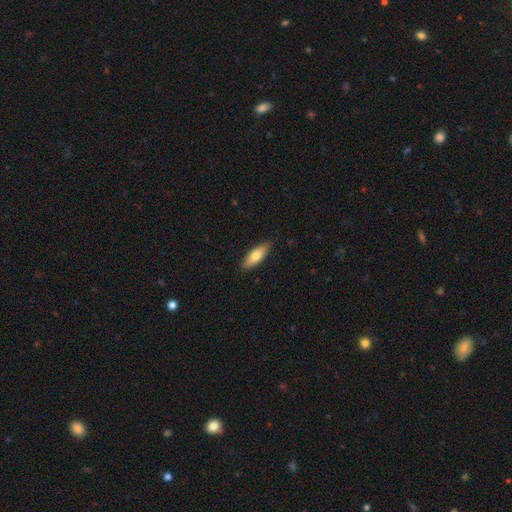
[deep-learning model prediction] A smooth galaxy with no disk features (73%) that is in between round and cigar-shaped (62%). Merging: none (87%).